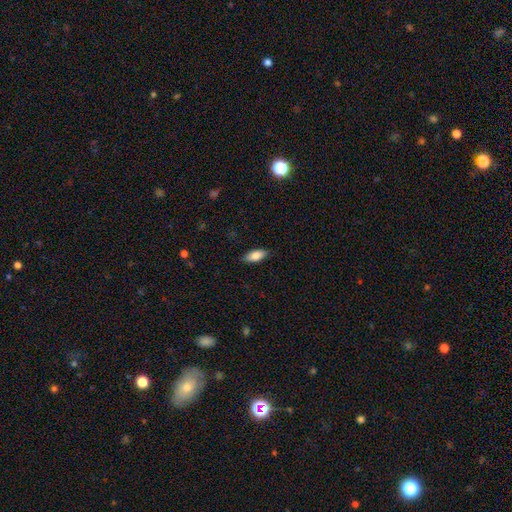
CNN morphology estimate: A smooth galaxy with no disk features (83%) that is in between round and cigar-shaped (84%).

Vote fractions:
- Smooth or featured? smooth: 83% / featured or disk: 10% / star or artifact: 6%
- How rounded? in between: 84% / cigar-shaped: 13% / round: 2%
- Merging? none: 85% / minor disturbance: 12% / major disturbance: 2% / merger: 1%